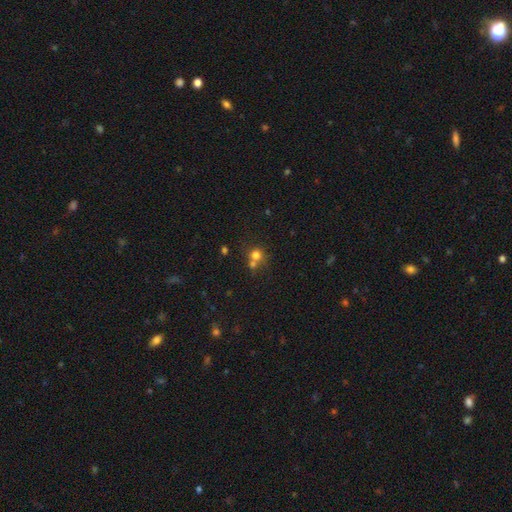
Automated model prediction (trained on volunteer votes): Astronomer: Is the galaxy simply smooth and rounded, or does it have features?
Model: smooth — 74%.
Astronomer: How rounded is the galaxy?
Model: round — 84%.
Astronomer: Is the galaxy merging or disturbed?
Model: none — 44% (runner-up: merger, 43%).